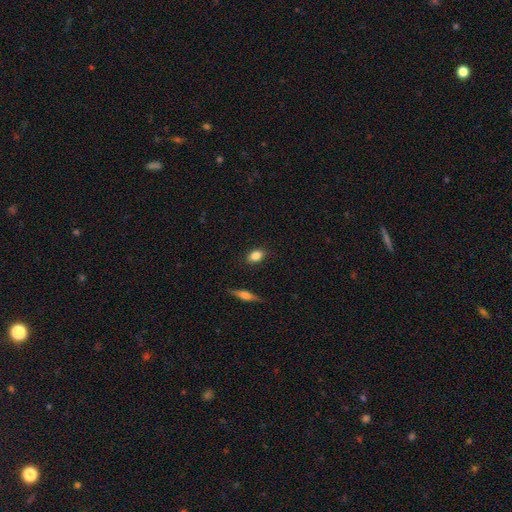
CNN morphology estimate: Q: Smooth or featured?
A: smooth (83%); runner-up: featured or disk (9%)
Q: How rounded?
A: in between (78%); runner-up: round (18%)
Q: Merging?
A: none (87%); runner-up: minor disturbance (10%)